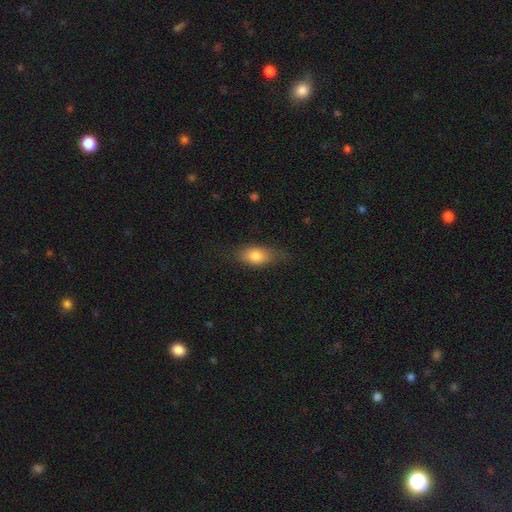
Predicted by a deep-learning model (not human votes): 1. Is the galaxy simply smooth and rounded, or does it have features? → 79% smooth, 13% featured or disk, 8% star or artifact.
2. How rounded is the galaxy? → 84% in between, 9% round, 7% cigar-shaped.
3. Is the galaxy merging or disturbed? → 69% none, 23% minor disturbance, 7% major disturbance, 1% merger.